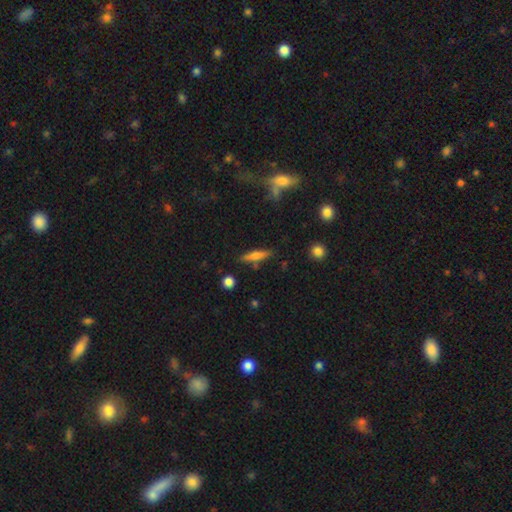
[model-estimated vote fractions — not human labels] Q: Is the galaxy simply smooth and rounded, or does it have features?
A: smooth — 51%.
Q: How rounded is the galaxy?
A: cigar-shaped — 78%.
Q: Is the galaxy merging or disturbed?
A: none — 82%.